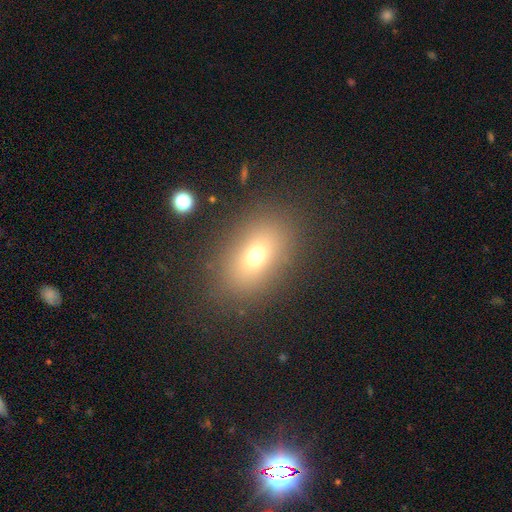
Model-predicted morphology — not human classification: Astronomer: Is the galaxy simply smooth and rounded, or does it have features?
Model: smooth — 69%.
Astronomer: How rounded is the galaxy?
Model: in between — 75%.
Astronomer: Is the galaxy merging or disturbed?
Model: none — 83%.